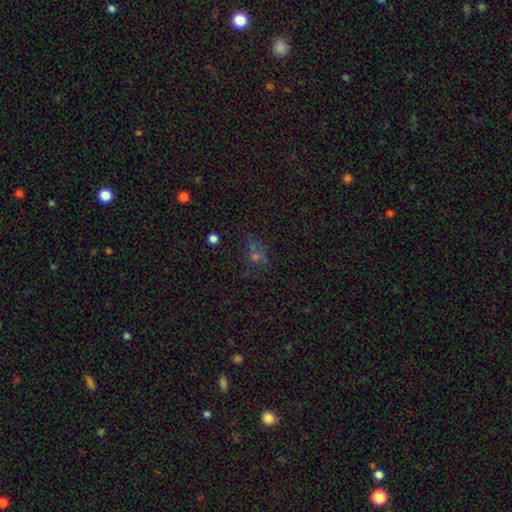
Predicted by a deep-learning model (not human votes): Q: Smooth or featured?
A: star or artifact (43%); runner-up: smooth (41%)